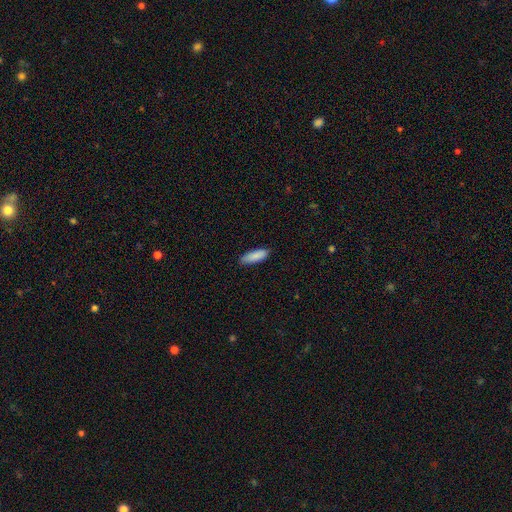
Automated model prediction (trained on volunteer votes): This is clearly a smooth galaxy (88%). How rounded: possibly in between (56%). Merging: clearly none (86%).